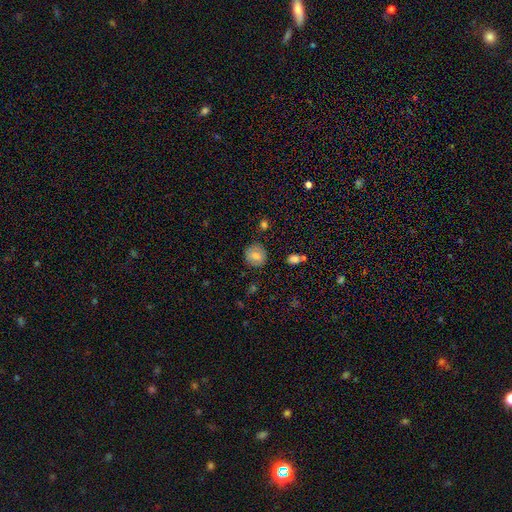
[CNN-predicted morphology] Q: Smooth or featured?
A: smooth (74%); runner-up: featured or disk (17%)
Q: How rounded?
A: round (88%); runner-up: in between (11%)
Q: Merging?
A: none (85%); runner-up: minor disturbance (11%)